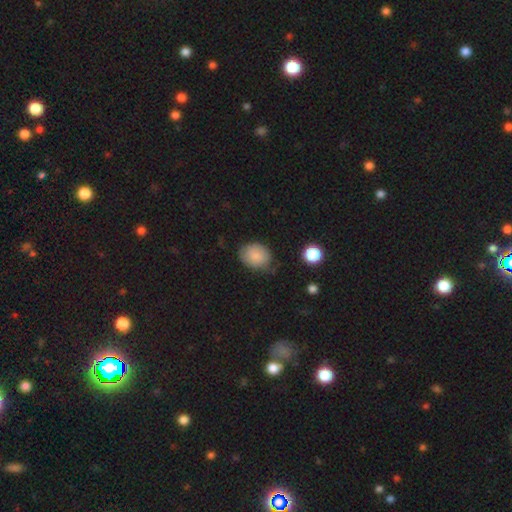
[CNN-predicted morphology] smooth_or_featured: smooth (p=0.83) [alt: featured or disk p=0.09]
how_rounded: in between (p=0.53) [alt: round p=0.46]
merging: none (p=0.68) [alt: minor disturbance p=0.25]